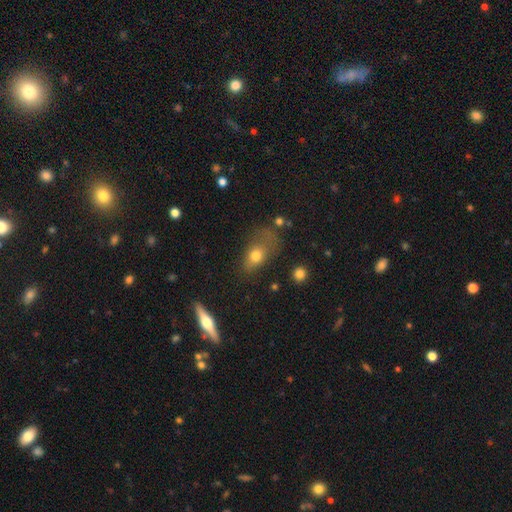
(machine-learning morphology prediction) A smooth galaxy with no disk features (71%) that is in between round and cigar-shaped (76%). Merging: none (35%).